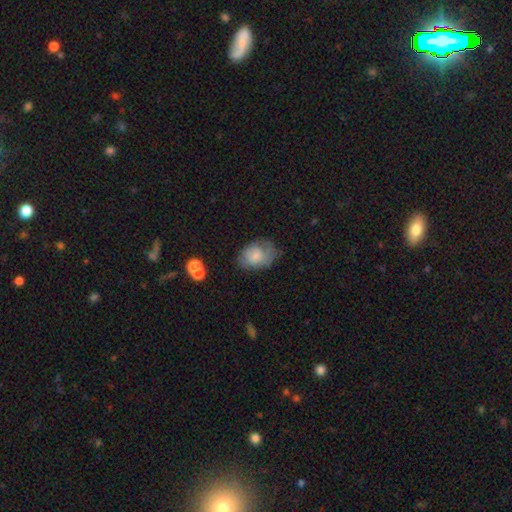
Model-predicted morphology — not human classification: smooth_or_featured: smooth (p=0.67) [alt: featured or disk p=0.24]
how_rounded: in between (p=0.73) [alt: round p=0.26]
merging: none (p=0.47) [alt: minor disturbance p=0.32]